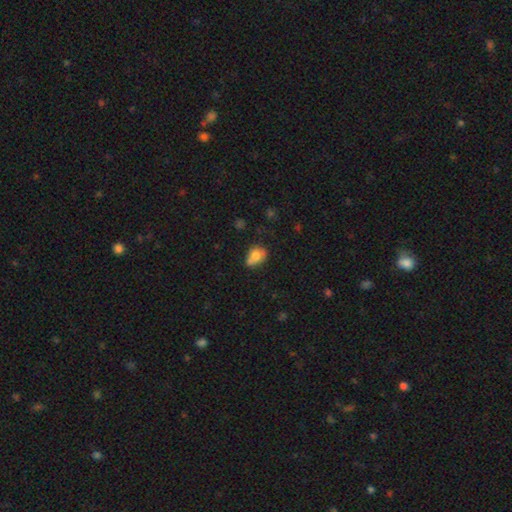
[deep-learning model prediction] Smooth or featured? Predicted: smooth (p=0.73). How rounded? Predicted: in between (p=0.53). Merging? Predicted: none (p=0.41).